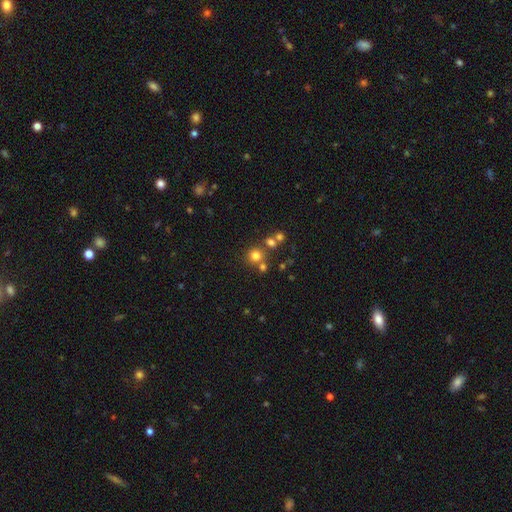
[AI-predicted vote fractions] Smooth or featured? Predicted: smooth (p=0.73). How rounded? Predicted: round (p=0.90). Merging? Predicted: none (p=0.67).